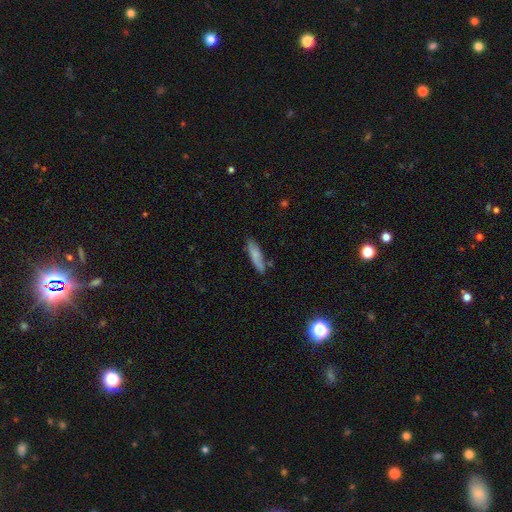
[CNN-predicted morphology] smooth 73%, featured or disk 20%, star or artifact 7%. Down the decision tree: how rounded — cigar-shaped (67%); merging — none (73%).